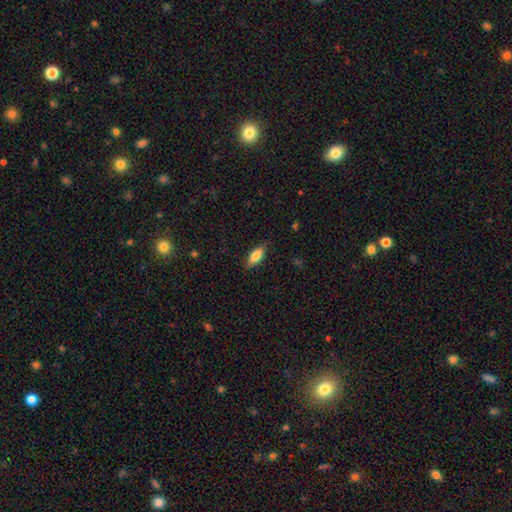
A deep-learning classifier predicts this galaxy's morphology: smooth_or_featured: smooth (p=0.76) [alt: featured or disk p=0.17]
how_rounded: in between (p=0.73) [alt: cigar-shaped p=0.25]
merging: none (p=0.82) [alt: minor disturbance p=0.14]